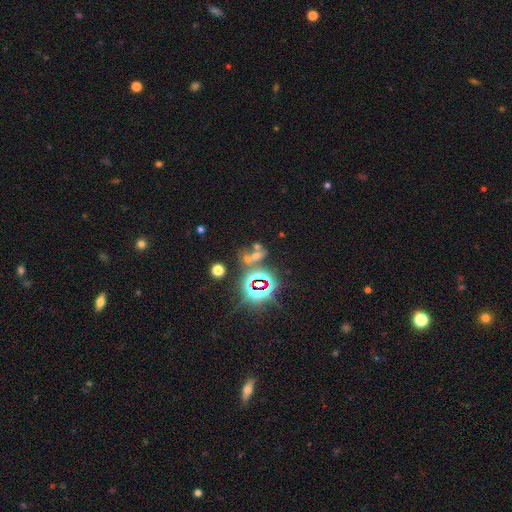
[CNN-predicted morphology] This appears to be a star or artifact, not a galaxy (56%).